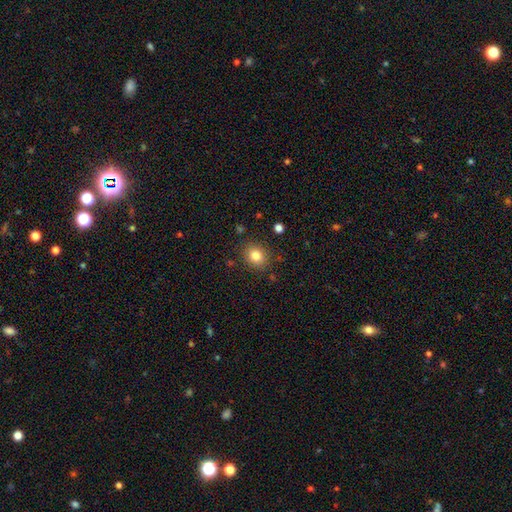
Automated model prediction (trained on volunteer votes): smooth 83%, star or artifact 11%, featured or disk 7%. Down the decision tree: how rounded — round (68%); merging — none (86%).